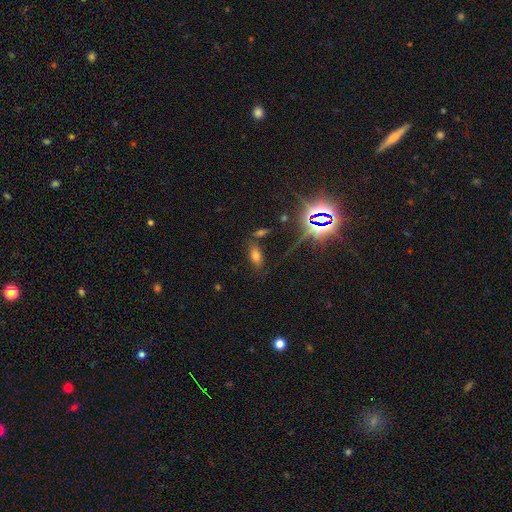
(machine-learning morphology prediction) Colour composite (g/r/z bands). It shows a smooth galaxy with no disk features (63%) that is in between round and cigar-shaped (86%). Merging: none (76%).